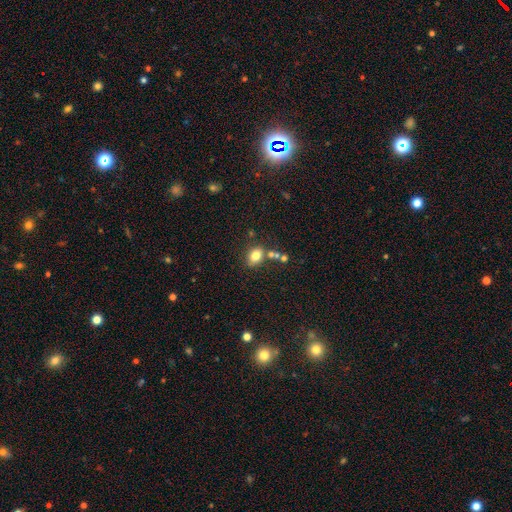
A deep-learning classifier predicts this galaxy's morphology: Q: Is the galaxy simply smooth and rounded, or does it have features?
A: smooth — 80%.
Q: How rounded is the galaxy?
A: in between — 66%.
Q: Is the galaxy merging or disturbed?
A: none — 64%.